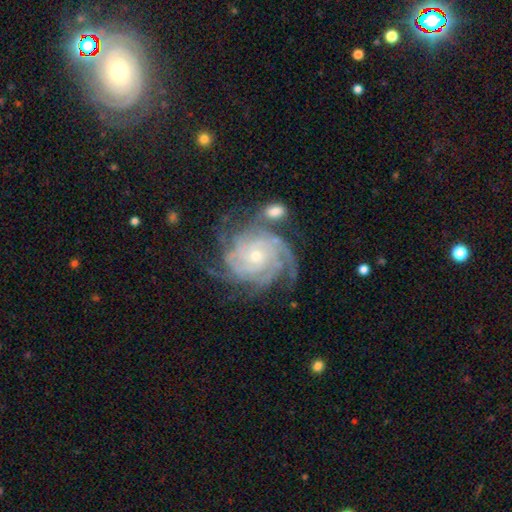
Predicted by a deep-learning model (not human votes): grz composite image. It shows a featured or disk galaxy (90%) with no bar (76%), 4 (37%) tight (75%) spiral arms (98%) and a small central bulge (66%). Merging: none (62%).